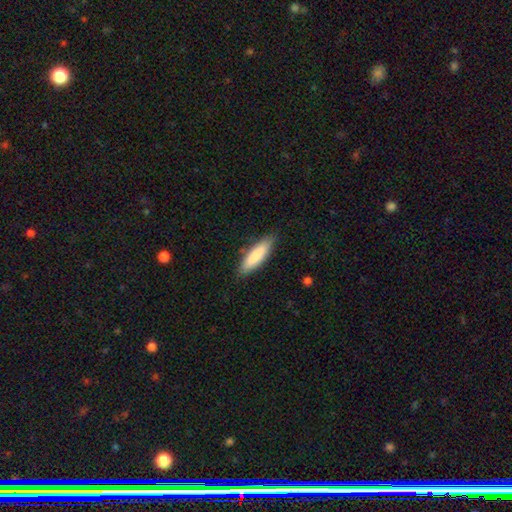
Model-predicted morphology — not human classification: type=smooth (84%); roundness=cigar-shaped (61%); merging=none (83%).